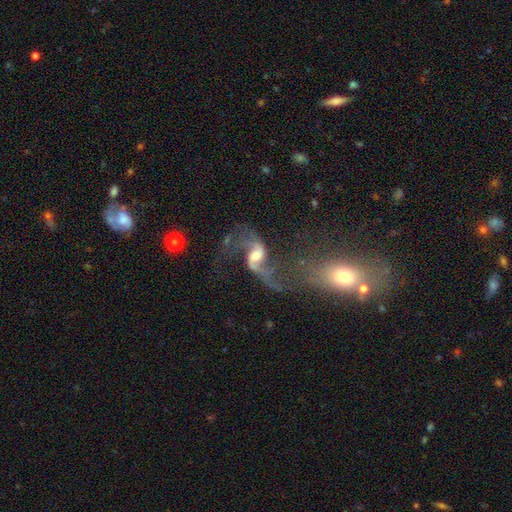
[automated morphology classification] Smooth or featured? featured or disk (88%)
Edge-on disk? no (97%)
Bar? weak (47%)
Spiral arms? yes (95%)
Spiral winding? loose (80%)
Spiral arm count? 2 (90%)
Bulge size? moderate (50%)
Merging? none (39%)